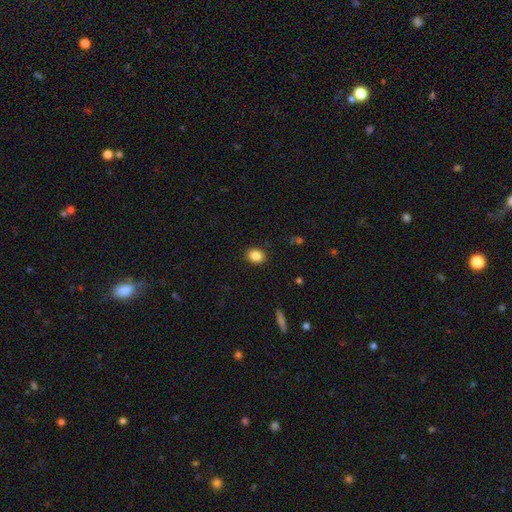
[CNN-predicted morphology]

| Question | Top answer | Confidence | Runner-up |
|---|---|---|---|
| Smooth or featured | smooth | 86% | star or artifact (9%) |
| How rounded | round | 52% | in between (47%) |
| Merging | none | 90% | minor disturbance (7%) |